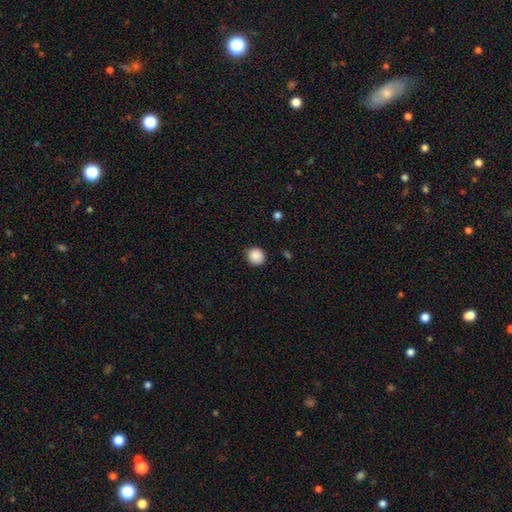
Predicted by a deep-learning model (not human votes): A smooth galaxy with no disk features (88%) that is round (88%). Merging: none (87%).